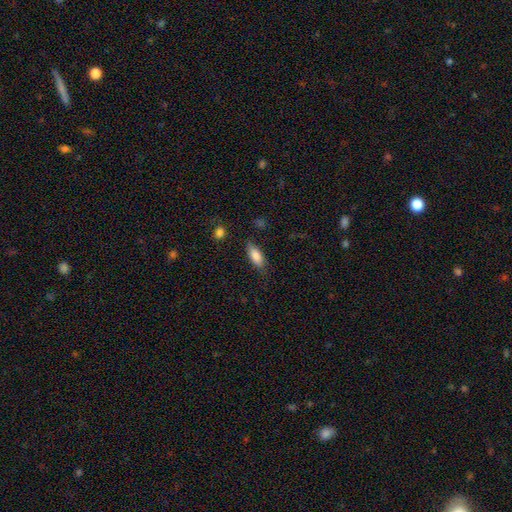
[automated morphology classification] The model was most divided on "how rounded": in between: 73%, cigar-shaped: 24%, round: 2%. More confident: smooth or featured — smooth (82%); merging — none (78%).